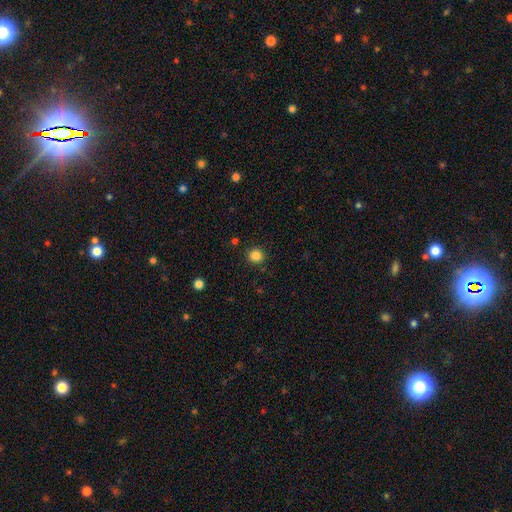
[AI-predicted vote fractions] The model was most divided on "smooth or featured": smooth: 85%, star or artifact: 12%, featured or disk: 4%. More confident: how rounded — round (92%); merging — none (91%).